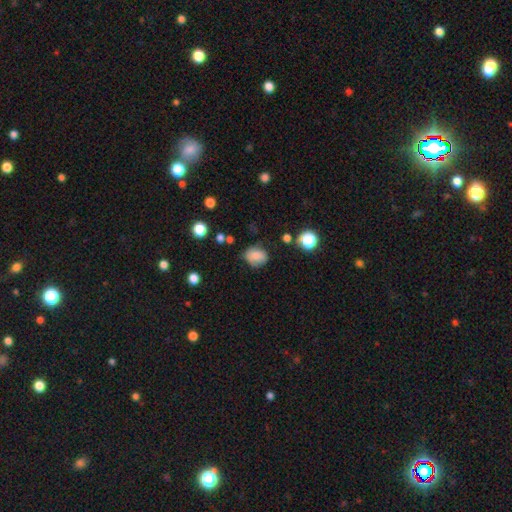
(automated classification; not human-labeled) The model was most divided on "how rounded": round: 55%, in between: 44%, cigar-shaped: 1%. More confident: smooth or featured — smooth (76%); merging — none (68%).